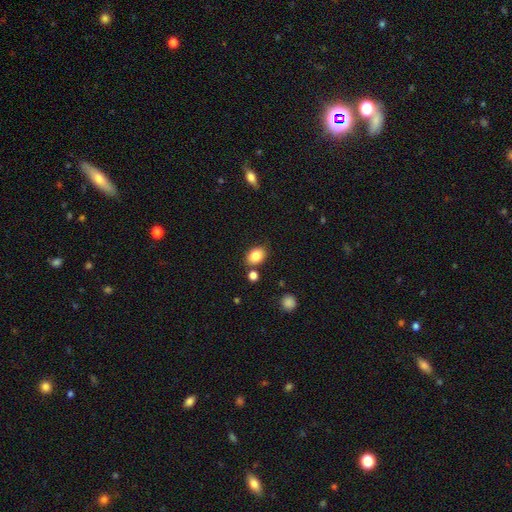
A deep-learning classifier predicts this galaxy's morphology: Smooth or featured?
  - smooth: 84% *
  - star or artifact: 9%
  - featured or disk: 7%
How rounded?
  - in between: 71% *
  - round: 28%
  - cigar-shaped: 1%
Merging?
  - none: 79% *
  - minor disturbance: 11%
  - merger: 8%
  - major disturbance: 3%